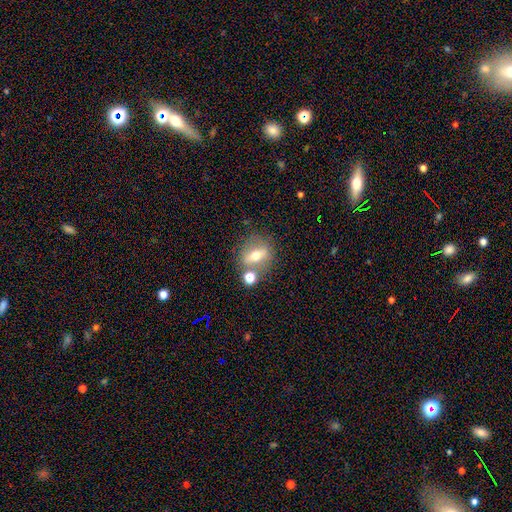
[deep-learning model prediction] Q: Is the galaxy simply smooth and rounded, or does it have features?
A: smooth — 46%.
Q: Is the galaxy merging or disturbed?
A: none — 65%.